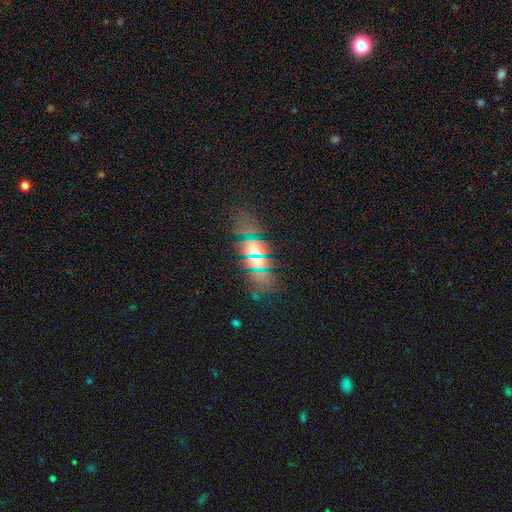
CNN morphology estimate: This is marginally a smooth galaxy (41%). Merging: likely none (70%).